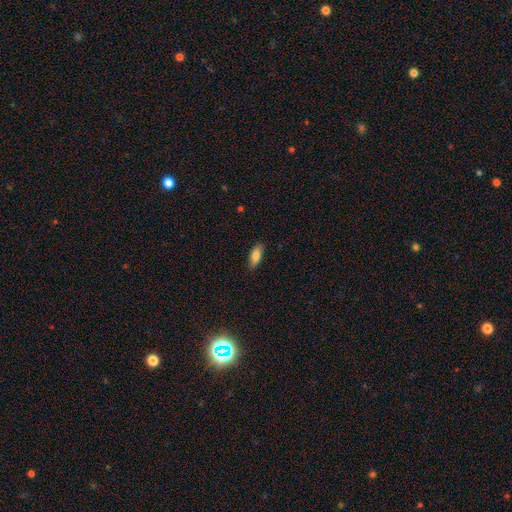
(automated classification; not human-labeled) Morphology: type=smooth (82%); roundness=in between (73%); merging=none (86%).